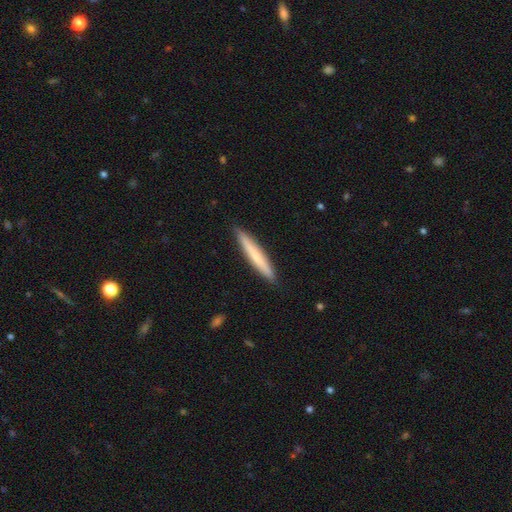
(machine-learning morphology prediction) Smooth or featured?
  - smooth: 66% *
  - featured or disk: 29%
  - star or artifact: 5%
How rounded?
  - cigar-shaped: 95% *
  - in between: 4%
  - round: 1%
Merging?
  - none: 91% *
  - minor disturbance: 7%
  - major disturbance: 1%
  - merger: 1%